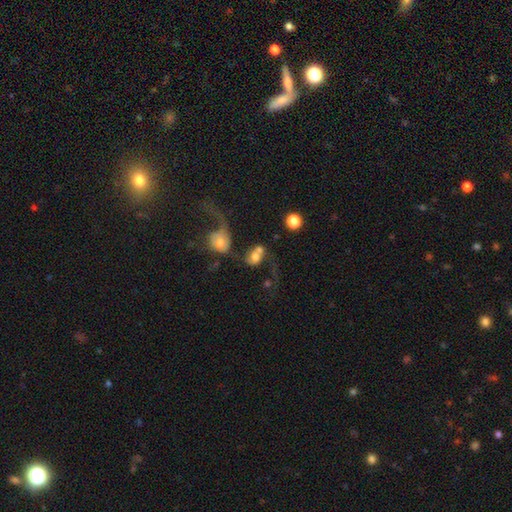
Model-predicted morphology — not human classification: A smooth galaxy with no disk features (47%).

Vote fractions:
- Smooth or featured? smooth: 47% / featured or disk: 43% / star or artifact: 10%
- Merging? merger: 58% / major disturbance: 18% / none: 15% / minor disturbance: 9%